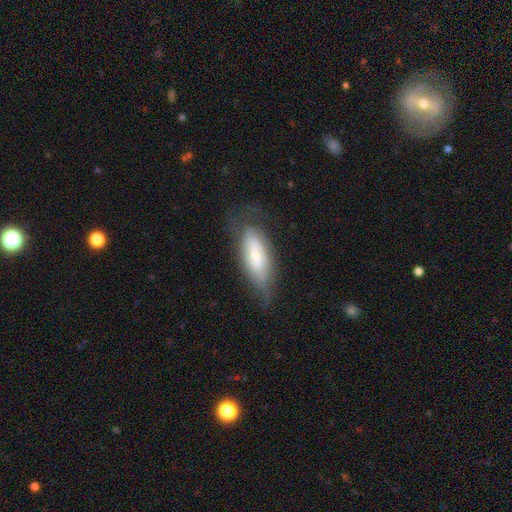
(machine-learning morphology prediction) The model was most divided on "smooth or featured": featured or disk: 57%, smooth: 36%, star or artifact: 7%. More confident: edge-on disk — no (78%); merging — none (57%).